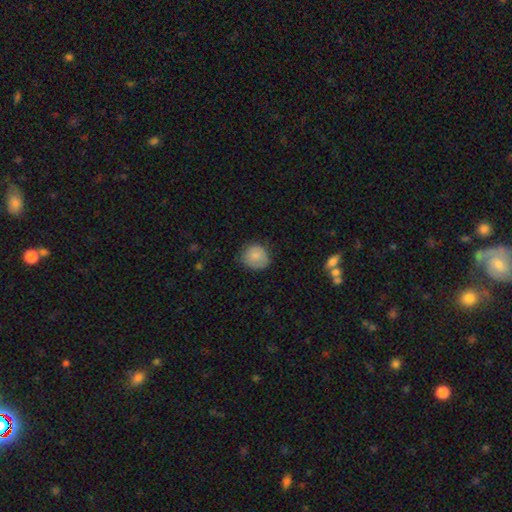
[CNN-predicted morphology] This is clearly a smooth galaxy (82%). How rounded: clearly round (84%). Merging: likely none (71%).